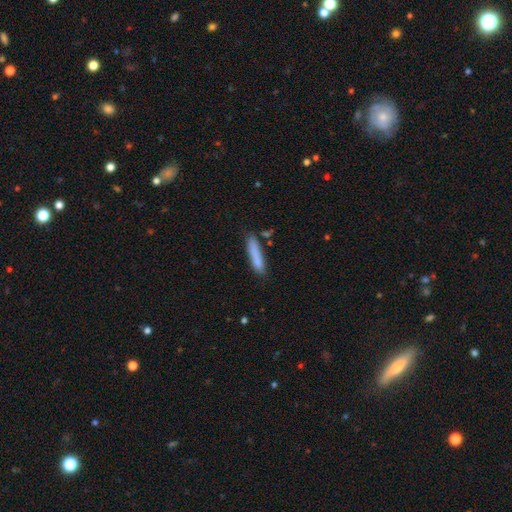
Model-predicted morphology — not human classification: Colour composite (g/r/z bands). It shows a smooth galaxy with no disk features (83%) that is cigar-shaped (88%). Merging: none (79%).